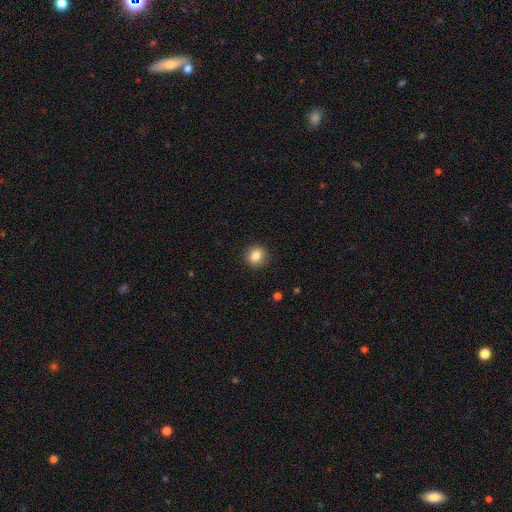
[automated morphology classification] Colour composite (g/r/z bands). It shows a smooth galaxy with no disk features (84%) that is round (79%). Merging: none (90%).